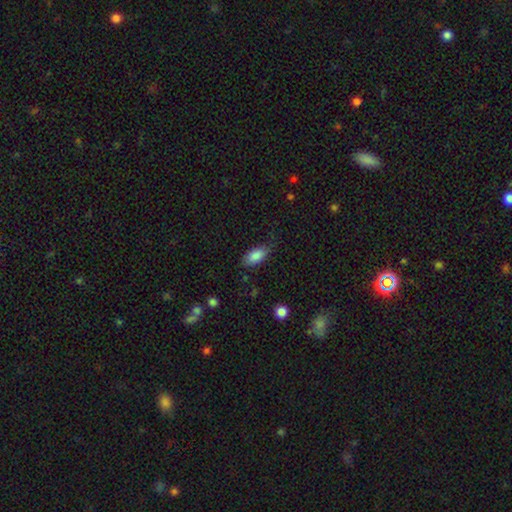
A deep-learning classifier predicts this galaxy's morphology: Smooth or featured?
  - smooth: 85% *
  - featured or disk: 8%
  - star or artifact: 7%
How rounded?
  - in between: 89% *
  - cigar-shaped: 8%
  - round: 3%
Merging?
  - none: 71% *
  - minor disturbance: 22%
  - major disturbance: 6%
  - merger: 1%